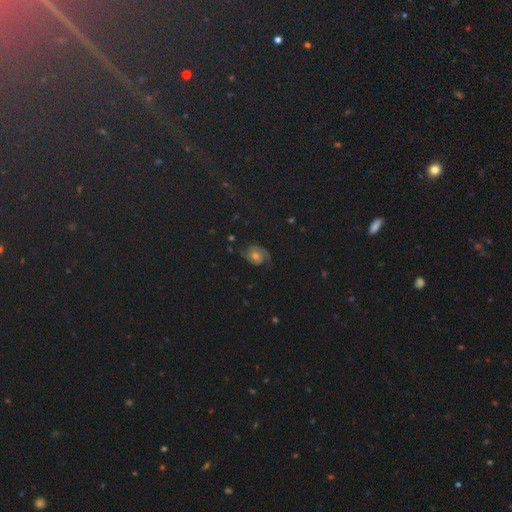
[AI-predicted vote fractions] Overall: featured or disk (54%; star or artifact 24%). Edge-on disk: no (97%). Bar: no (76%). Spiral arms: yes (90%). Bulge size: moderate (64%; small 24%). Merging: none (71%).